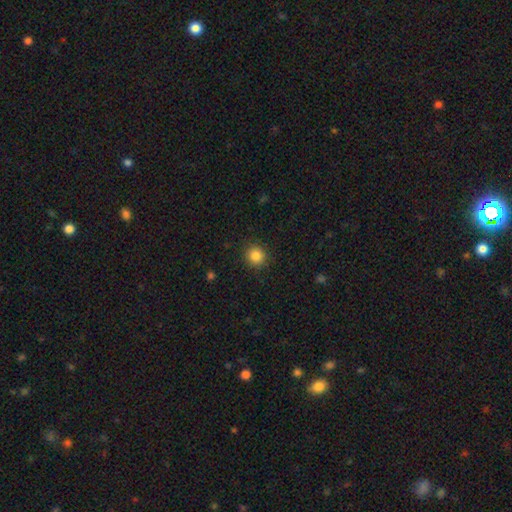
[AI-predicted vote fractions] smooth_or_featured: smooth (p=0.85) [alt: star or artifact p=0.11]
how_rounded: round (p=0.90) [alt: in between p=0.09]
merging: none (p=0.91) [alt: minor disturbance p=0.06]